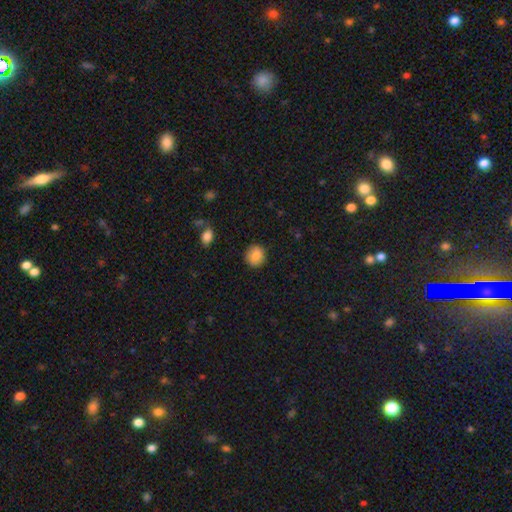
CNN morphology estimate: This appears to be a smooth galaxy with no disk features (86%) that is round (85%). Merging: none (87%).